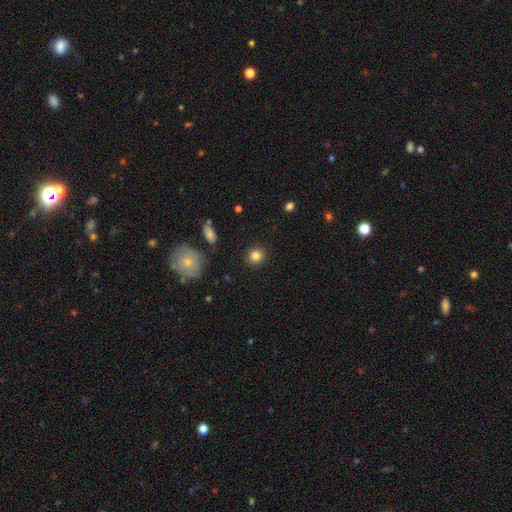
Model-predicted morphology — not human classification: Smooth or featured?
  - smooth: 83% *
  - star or artifact: 10%
  - featured or disk: 6%
How rounded?
  - round: 86% *
  - in between: 13%
  - cigar-shaped: 1%
Merging?
  - none: 90% *
  - minor disturbance: 6%
  - major disturbance: 2%
  - merger: 1%